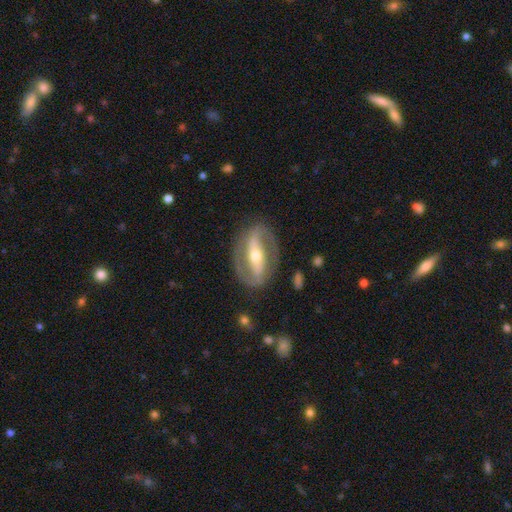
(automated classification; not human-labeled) Smooth or featured? featured or disk (86%)
Edge-on disk? no (92%)
Bar? strong (71%)
Spiral arms? yes (83%)
Spiral winding? medium (44%)
Spiral arm count? 2 (89%)
Bulge size? moderate (57%)
Merging? none (84%)